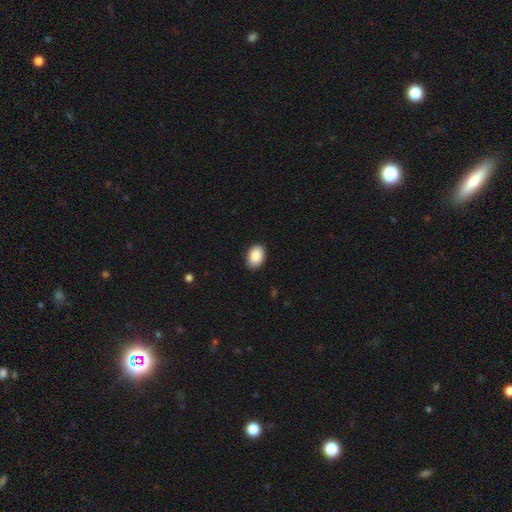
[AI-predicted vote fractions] A smooth galaxy with no disk features (88%) that is in between round and cigar-shaped (86%).

Vote fractions:
- Smooth or featured? smooth: 88% / star or artifact: 7% / featured or disk: 5%
- How rounded? in between: 86% / round: 13% / cigar-shaped: 1%
- Merging? none: 87% / minor disturbance: 10% / major disturbance: 2% / merger: 1%